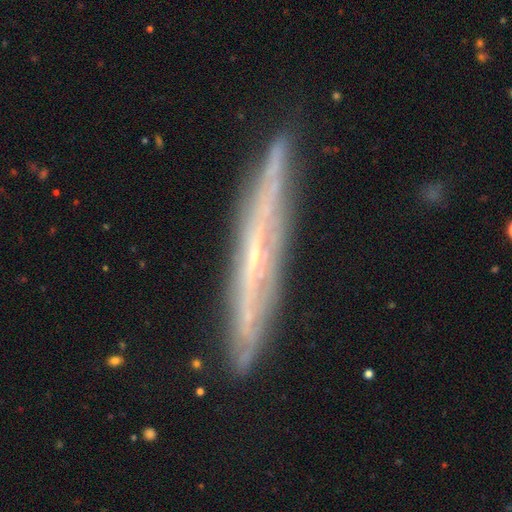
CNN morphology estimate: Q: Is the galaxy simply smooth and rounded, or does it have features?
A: featured or disk — 75%.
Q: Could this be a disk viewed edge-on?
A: yes — 90%.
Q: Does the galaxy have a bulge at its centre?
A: none — 58%.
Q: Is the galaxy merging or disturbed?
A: none — 85%.